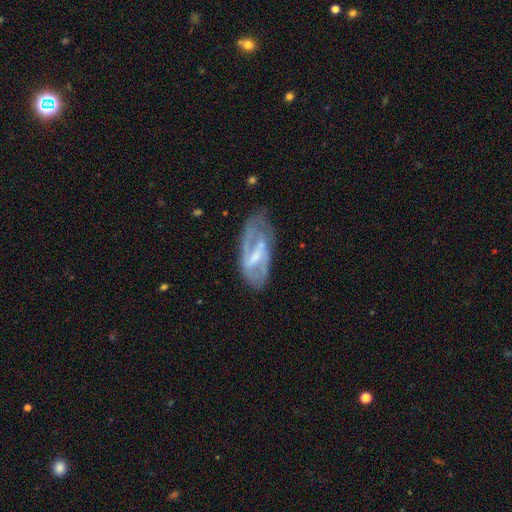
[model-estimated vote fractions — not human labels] smooth-or-featured: featured or disk: 75% | smooth: 18% | star or artifact: 6%
  disk-edge-on: no: 92% | yes: 8%
    bar: strong: 45% | weak: 41% | no: 14%
    has-spiral-arms: yes: 75% | no: 25%
      spiral-winding: medium: 44% | tight: 30% | loose: 26%
      spiral-arm-count: 2: 63% | can't tell: 23% | 1: 9% | 3: 3% | 4: 1% | more than 4: 1%
    bulge-size: small: 43% | moderate: 32% | none: 20% | large: 4% | dominant: 1%
  merging: none: 56% | minor disturbance: 25% | major disturbance: 16% | merger: 3%